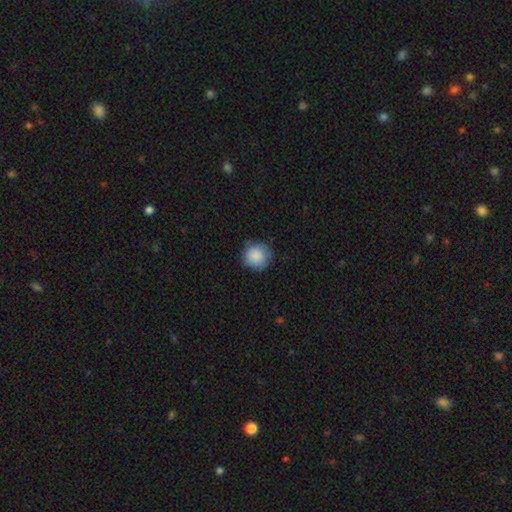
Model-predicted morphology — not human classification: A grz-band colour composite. It shows a smooth galaxy with no disk features (87%) that is round (92%). Merging: none (79%).